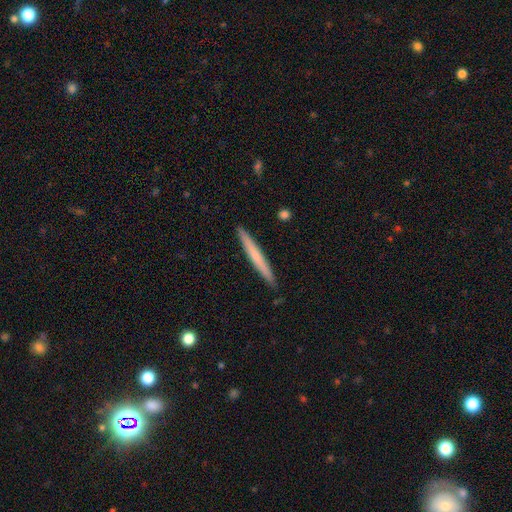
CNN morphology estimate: The model was most divided on "smooth or featured": smooth: 56%, featured or disk: 39%, star or artifact: 5%. More confident: how rounded — cigar-shaped (97%); merging — none (92%).